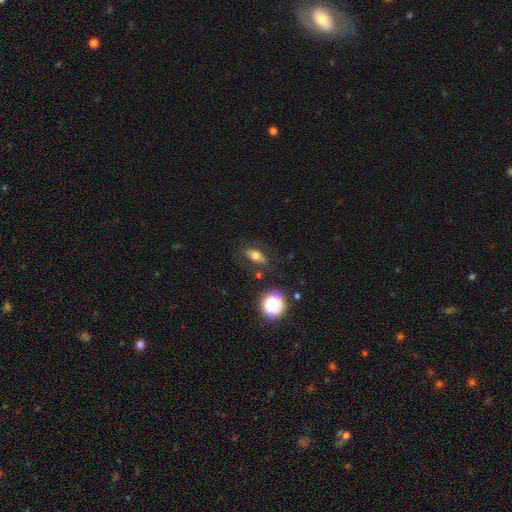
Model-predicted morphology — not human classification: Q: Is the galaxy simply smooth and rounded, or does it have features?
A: smooth — 60%.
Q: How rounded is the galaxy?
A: in between — 76%.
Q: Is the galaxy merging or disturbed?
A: none — 74%.